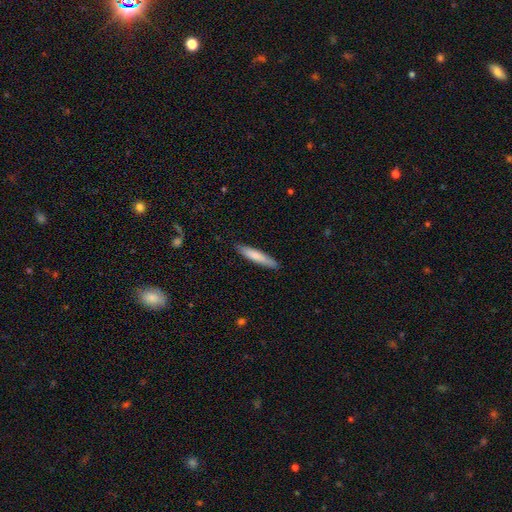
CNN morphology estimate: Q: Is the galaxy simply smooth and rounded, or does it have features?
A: smooth — 77%.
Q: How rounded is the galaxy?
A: cigar-shaped — 88%.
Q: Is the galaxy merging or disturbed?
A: none — 88%.